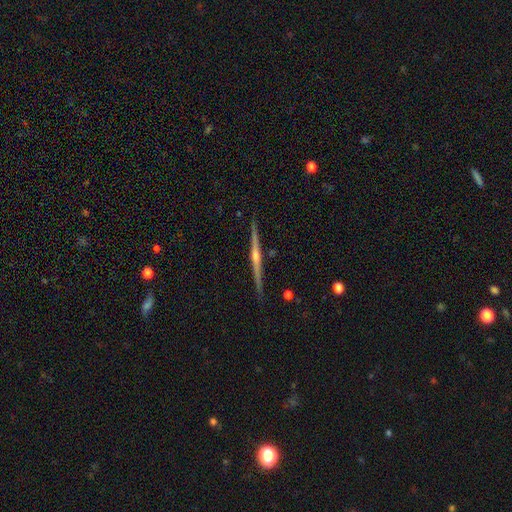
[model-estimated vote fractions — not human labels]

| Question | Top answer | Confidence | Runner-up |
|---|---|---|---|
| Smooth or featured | featured or disk | 85% | smooth (10%) |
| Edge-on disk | yes | 99% | no (1%) |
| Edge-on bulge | rounded | 84% | none (11%) |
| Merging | none | 91% | minor disturbance (6%) |